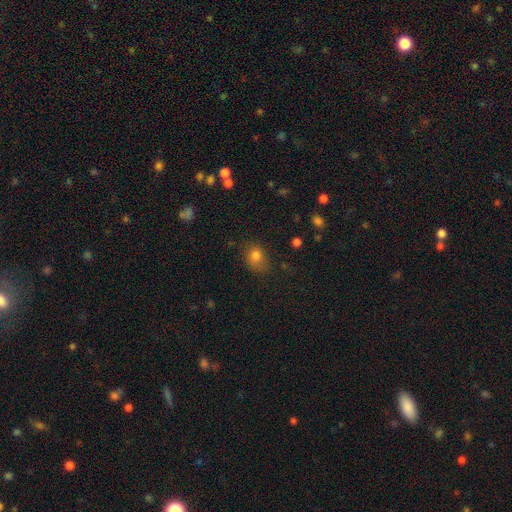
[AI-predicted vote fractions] smooth-or-featured: smooth: 79% | star or artifact: 13% | featured or disk: 8%
  how-rounded: in between: 50% | round: 49% | cigar-shaped: 1%
  merging: none: 65% | minor disturbance: 24% | major disturbance: 9% | merger: 2%